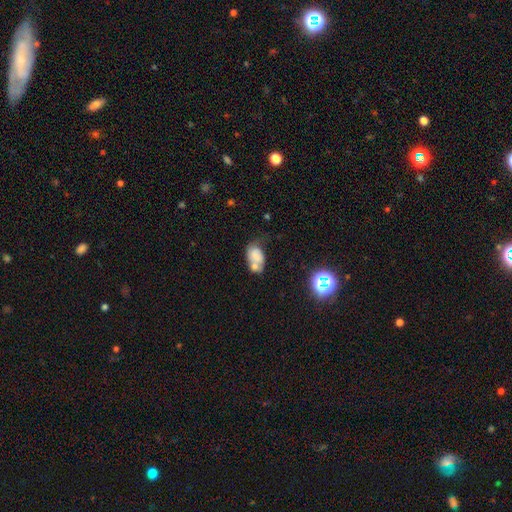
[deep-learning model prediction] Smooth or featured: smooth — 68% (featured or disk — 20%)
How rounded: in between — 84% (round — 15%)
Merging: merger — 41% (none — 25%)